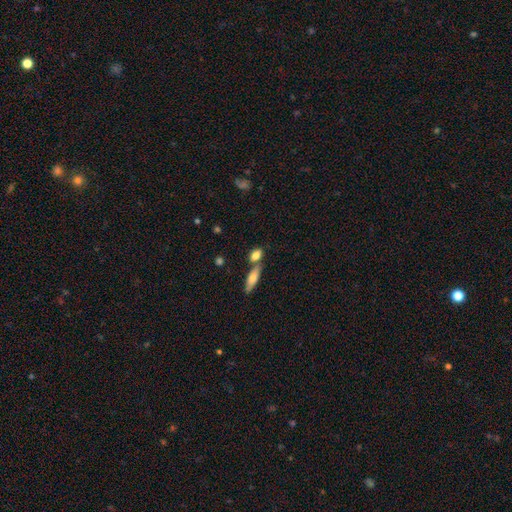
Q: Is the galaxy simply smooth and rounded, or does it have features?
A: smooth — 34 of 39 (87%).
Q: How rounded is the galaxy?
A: in between — 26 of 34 (76%).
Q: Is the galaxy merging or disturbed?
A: none — 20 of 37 (54%).